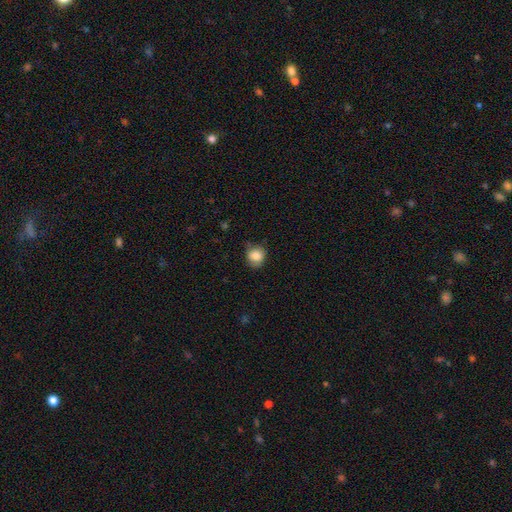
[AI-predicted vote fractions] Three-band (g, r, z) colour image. It shows a smooth galaxy with no disk features (83%) that is round (79%). Merging: none (71%).